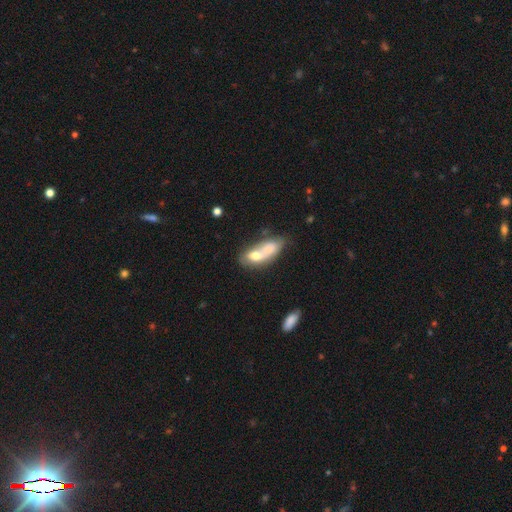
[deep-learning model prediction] smooth 62%, featured or disk 30%, star or artifact 7%. Down the decision tree: how rounded — in between (77%); merging — merger (72%).